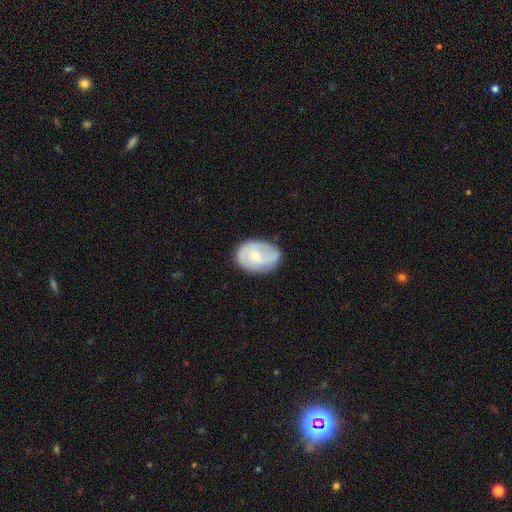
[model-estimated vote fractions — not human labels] The model was most divided on "smooth or featured": featured or disk: 58%, smooth: 36%, star or artifact: 6%. More confident: edge-on disk — no (97%); spiral arms — yes (84%); merging — none (71%); bar — no (61%); bulge size — small (59%).